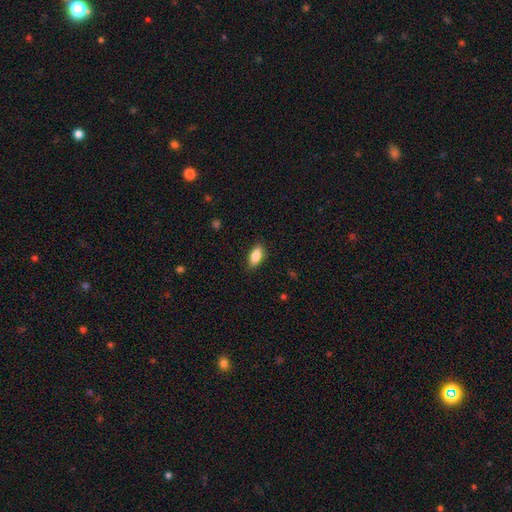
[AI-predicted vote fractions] This appears to be a smooth galaxy with no disk features (83%) that is in between round and cigar-shaped (87%). Merging: none (87%).